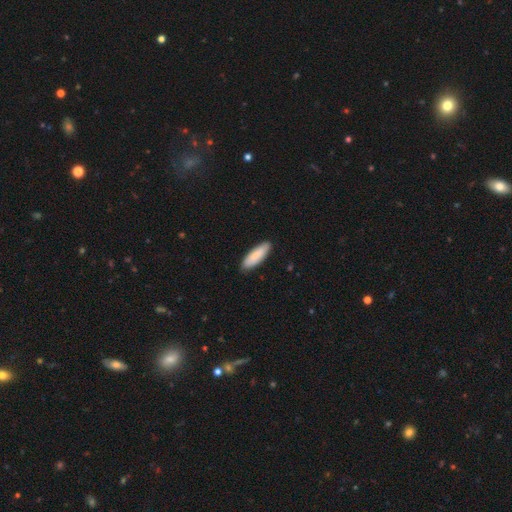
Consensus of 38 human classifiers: A smooth galaxy with no disk features (66%) that is in between round and cigar-shaped (52%).

Vote fractions:
- Smooth or featured? smooth: 66% / featured or disk: 24% / star or artifact: 11%
- How rounded? in between: 52% / cigar-shaped: 48% / round: 0%
- Merging? none: 100% / minor disturbance: 0% / major disturbance: 0% / merger: 0%